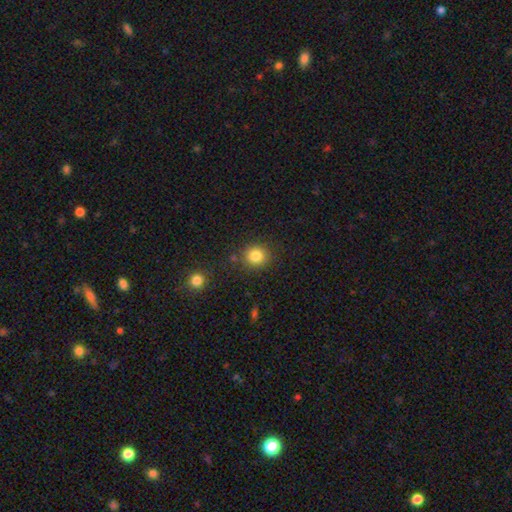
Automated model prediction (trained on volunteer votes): Morphology: type=smooth (83%); roundness=round (87%); merging=none (84%).